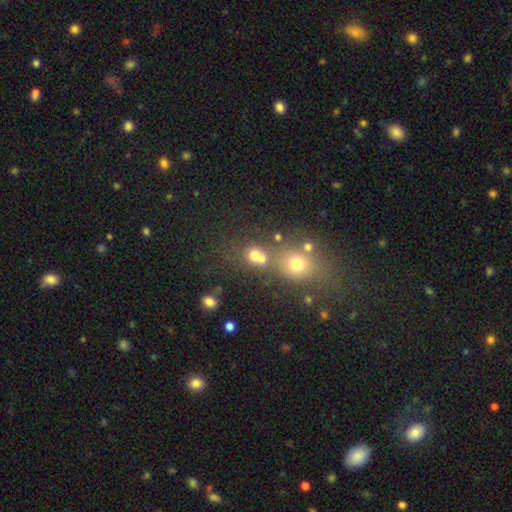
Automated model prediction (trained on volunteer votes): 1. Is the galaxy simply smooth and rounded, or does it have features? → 69% smooth, 20% star or artifact, 12% featured or disk.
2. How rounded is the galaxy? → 74% round, 25% in between, 1% cigar-shaped.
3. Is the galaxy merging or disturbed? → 43% none, 41% merger, 9% minor disturbance, 6% major disturbance.